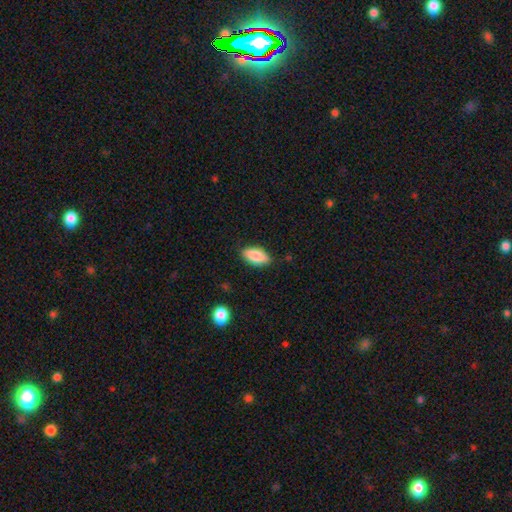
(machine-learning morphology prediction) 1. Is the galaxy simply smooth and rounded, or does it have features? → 83% smooth, 11% featured or disk, 7% star or artifact.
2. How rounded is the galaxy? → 88% in between, 9% cigar-shaped, 3% round.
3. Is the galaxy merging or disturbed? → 84% none, 12% minor disturbance, 2% major disturbance, 1% merger.